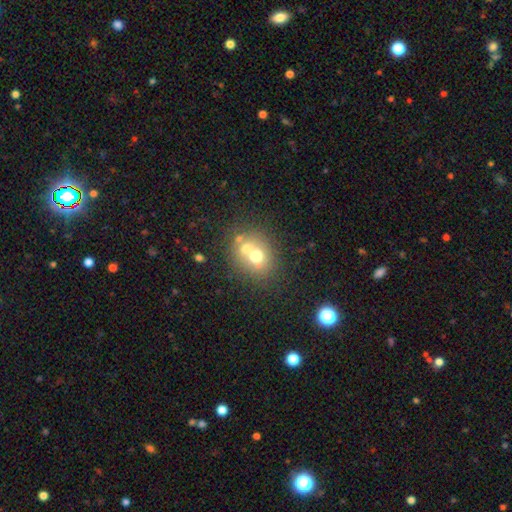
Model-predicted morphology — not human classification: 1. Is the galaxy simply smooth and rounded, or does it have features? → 64% smooth, 22% featured or disk, 13% star or artifact.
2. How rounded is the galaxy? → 68% round, 31% in between, 1% cigar-shaped.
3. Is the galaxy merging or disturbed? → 44% none, 43% merger, 9% minor disturbance, 4% major disturbance.